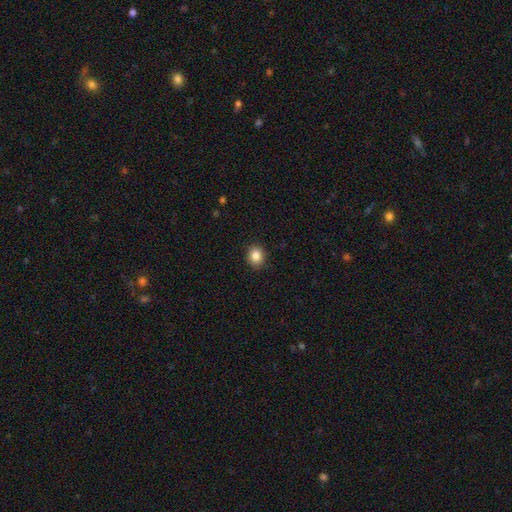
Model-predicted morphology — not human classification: A smooth galaxy with no disk features (86%) that is round (64%). Merging: none (91%).